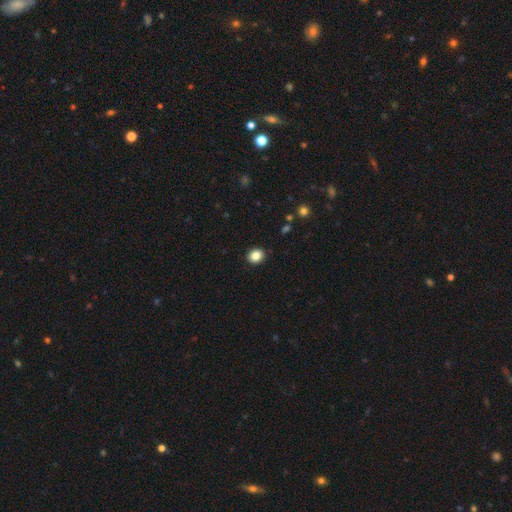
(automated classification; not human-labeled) smooth 85%, star or artifact 10%, featured or disk 5%. Down the decision tree: how rounded — round (62%); merging — none (91%).